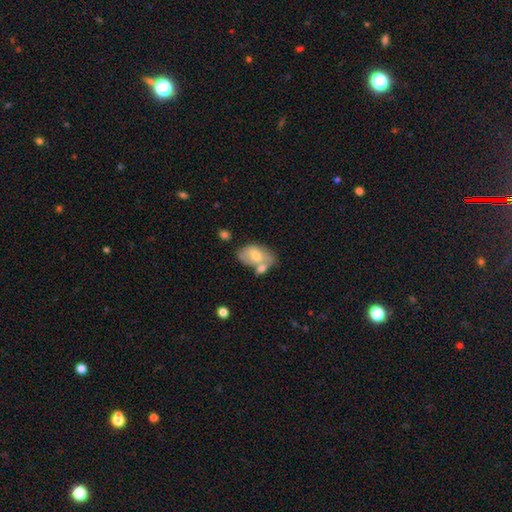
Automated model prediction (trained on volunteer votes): This is possibly a smooth galaxy (57%). How rounded: clearly in between (88%). Merging: marginally merger (38%, tied with none).